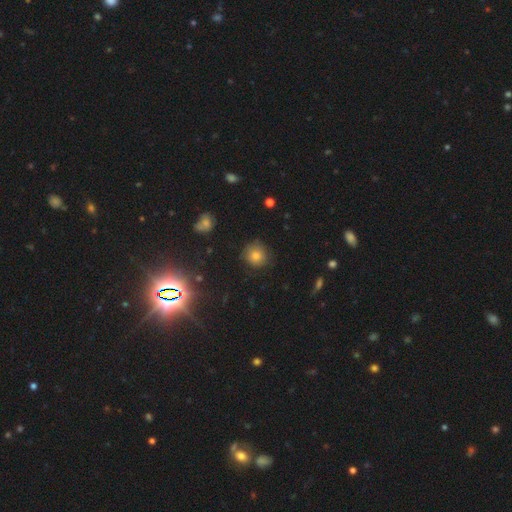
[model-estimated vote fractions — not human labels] A smooth galaxy with no disk features (73%) that is round (89%). Merging: none (80%).